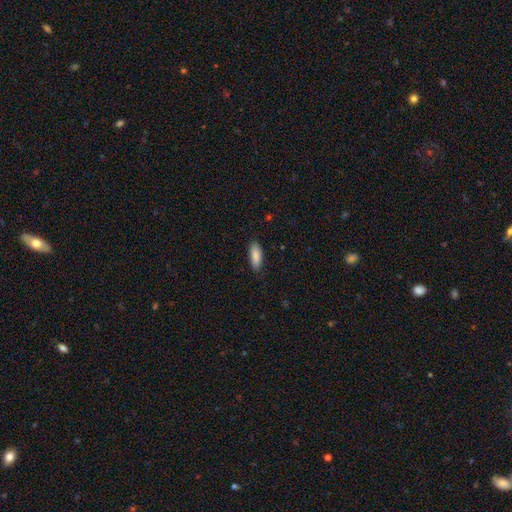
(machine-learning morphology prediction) This appears to be a smooth galaxy with no disk features (88%) that is in between round and cigar-shaped (71%). Merging: none (86%).